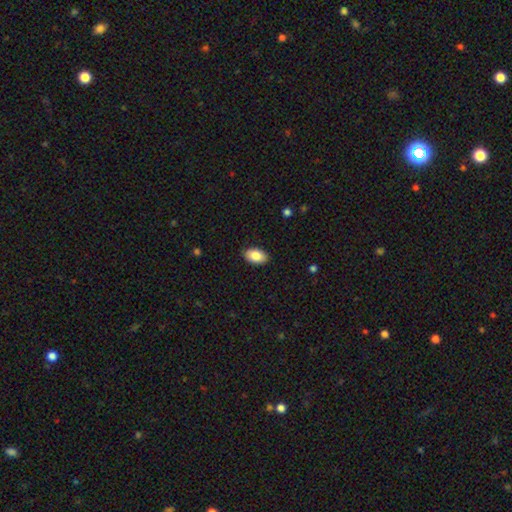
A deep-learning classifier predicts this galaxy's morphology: Smooth or featured?
  - smooth: 87% *
  - featured or disk: 7%
  - star or artifact: 7%
How rounded?
  - in between: 93% *
  - round: 6%
  - cigar-shaped: 1%
Merging?
  - none: 89% *
  - minor disturbance: 8%
  - major disturbance: 2%
  - merger: 1%